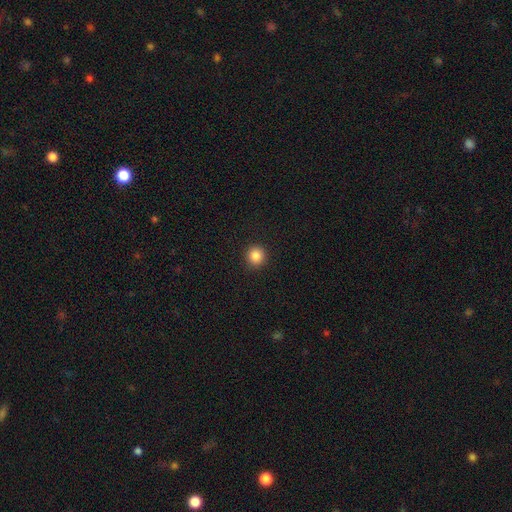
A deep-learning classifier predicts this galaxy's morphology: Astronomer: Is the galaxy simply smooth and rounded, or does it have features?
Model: smooth — 86%.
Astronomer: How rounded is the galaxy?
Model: round — 94%.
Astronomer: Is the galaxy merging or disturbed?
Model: none — 92%.